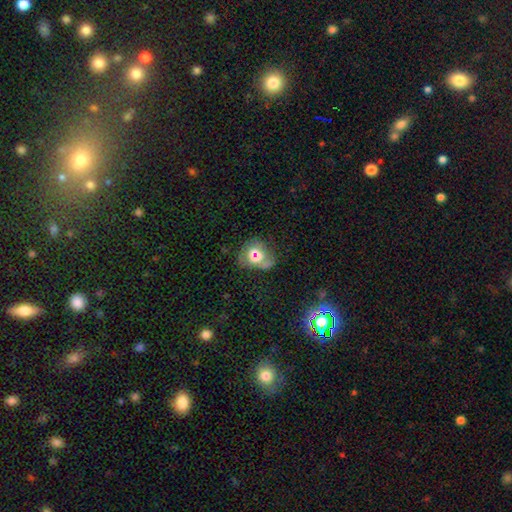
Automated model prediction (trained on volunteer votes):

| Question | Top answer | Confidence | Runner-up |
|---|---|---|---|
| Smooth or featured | smooth | 51% | featured or disk (25%) |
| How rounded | round | 57% | in between (40%) |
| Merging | none | 60% | minor disturbance (19%) |